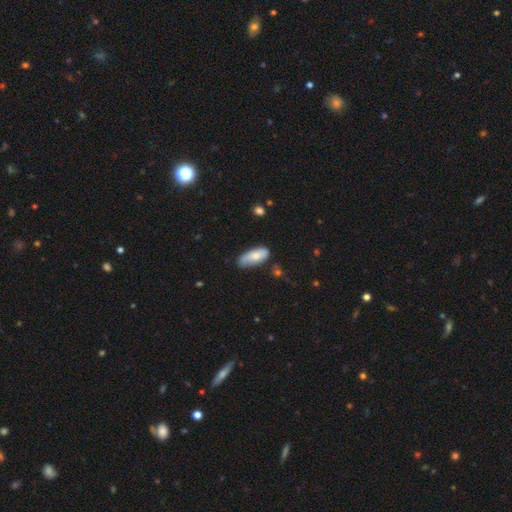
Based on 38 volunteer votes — Smooth or featured?
  - smooth: 79% *
  - featured or disk: 21%
  - star or artifact: 0%
How rounded?
  - in between: 90% *
  - cigar-shaped: 7%
  - round: 3%
Merging?
  - none: 53% *
  - minor disturbance: 39%
  - major disturbance: 5%
  - merger: 3%